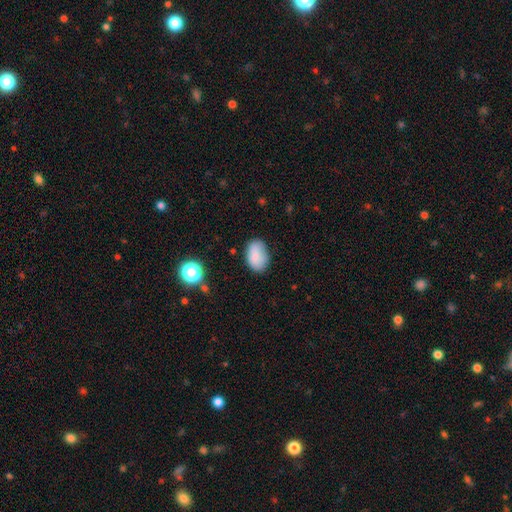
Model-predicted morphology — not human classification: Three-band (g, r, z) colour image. It shows a smooth galaxy with no disk features (82%) that is in between round and cigar-shaped (87%). Merging: none (73%).